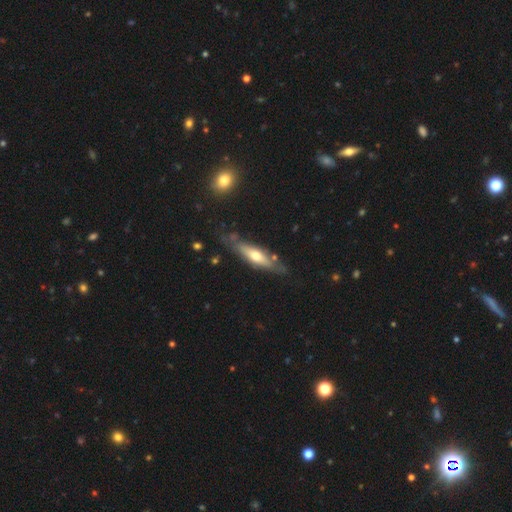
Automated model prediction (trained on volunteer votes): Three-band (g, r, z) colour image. It shows a featured or disk galaxy (53%) viewed edge-on (73%). Merging: none (73%).